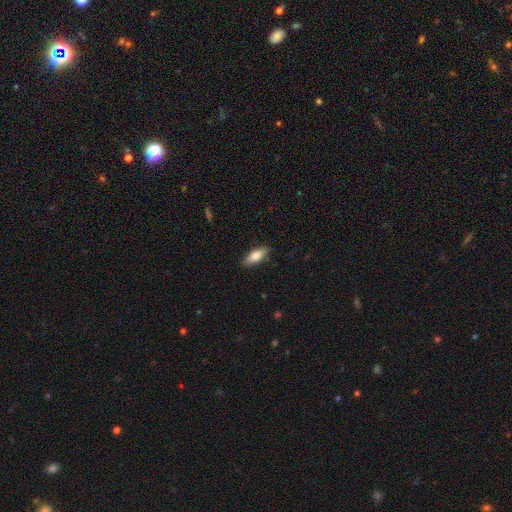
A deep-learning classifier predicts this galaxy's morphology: smooth 78%, featured or disk 16%, star or artifact 6%. Down the decision tree: how rounded — in between (72%); merging — none (87%).